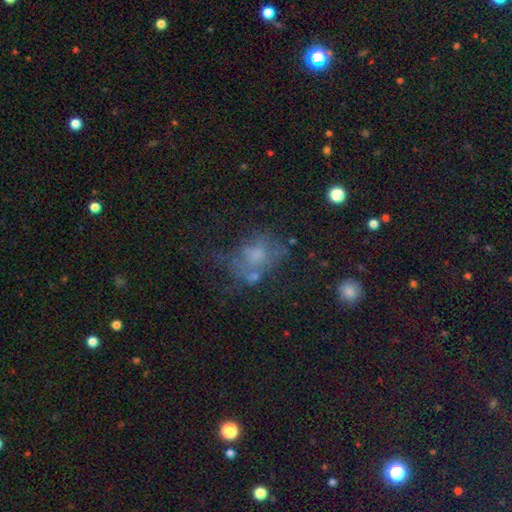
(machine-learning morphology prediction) This appears to be a smooth galaxy with no disk features (44%). Merging: none (35%).